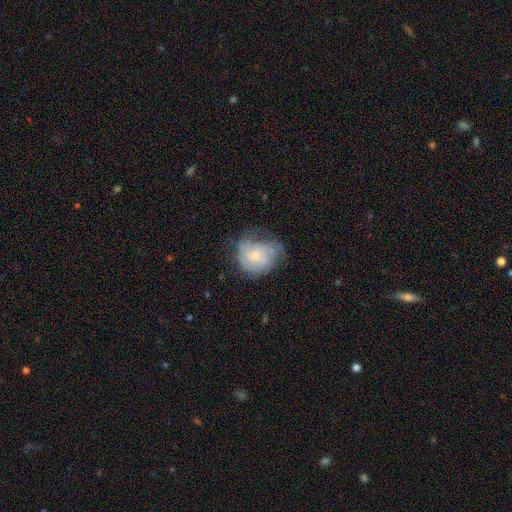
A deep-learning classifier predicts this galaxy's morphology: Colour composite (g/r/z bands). It shows a featured or disk galaxy (54%) with no bar (81%), spiral arms (70%) and a small central bulge (62%). Merging: none (47%).